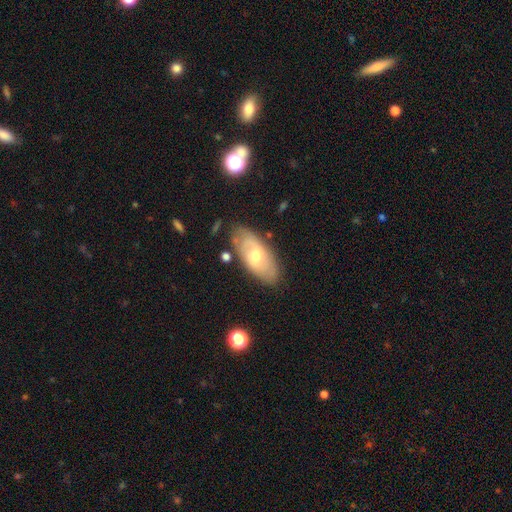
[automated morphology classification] Q: Smooth or featured?
A: featured or disk (52%); runner-up: smooth (41%)
Q: Edge-on disk?
A: no (87%); runner-up: yes (13%)
Q: Merging?
A: none (77%); runner-up: minor disturbance (16%)